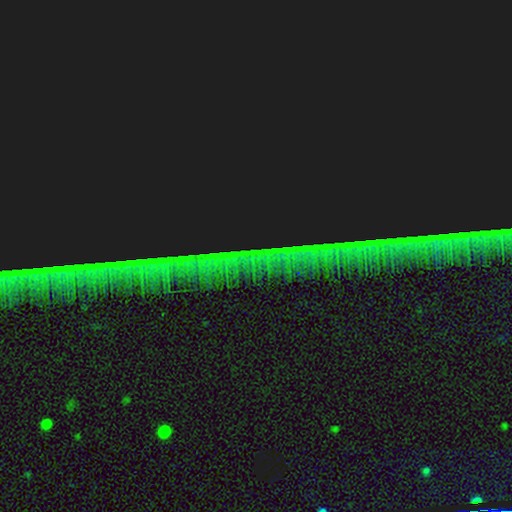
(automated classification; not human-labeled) Smooth or featured? star or artifact (86%)